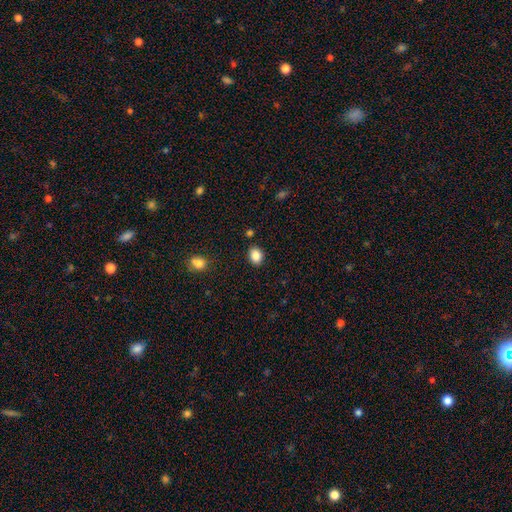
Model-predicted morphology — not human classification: The model was most divided on "how rounded": in between: 62%, round: 37%, cigar-shaped: 1%. More confident: smooth or featured — smooth (87%); merging — none (86%).